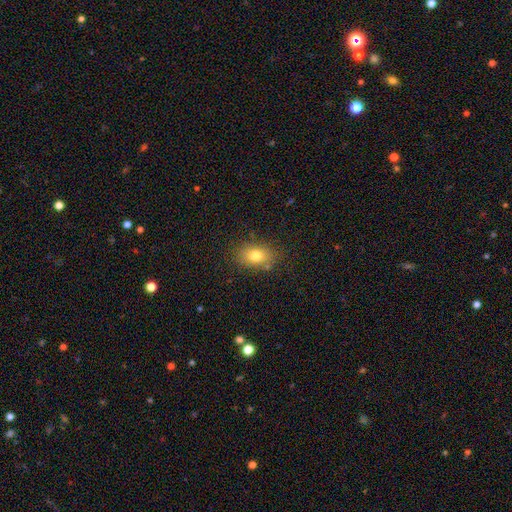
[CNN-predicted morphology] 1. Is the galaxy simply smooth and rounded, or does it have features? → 79% smooth, 11% featured or disk, 10% star or artifact.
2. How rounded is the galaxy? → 79% in between, 19% round, 2% cigar-shaped.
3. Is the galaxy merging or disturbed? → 81% none, 13% minor disturbance, 4% major disturbance, 3% merger.